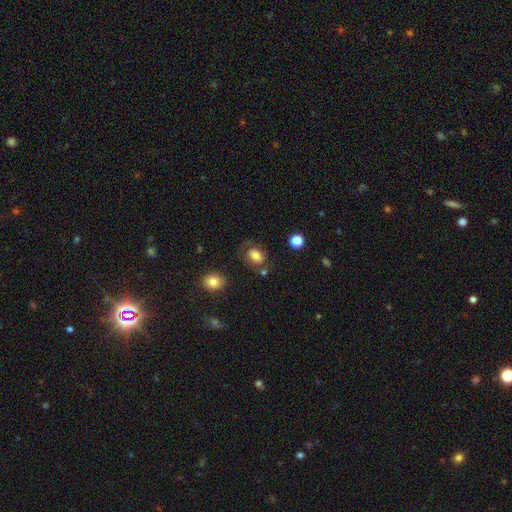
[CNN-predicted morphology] A smooth galaxy with no disk features (66%) that is in between round and cigar-shaped (76%). Merging: none (61%).